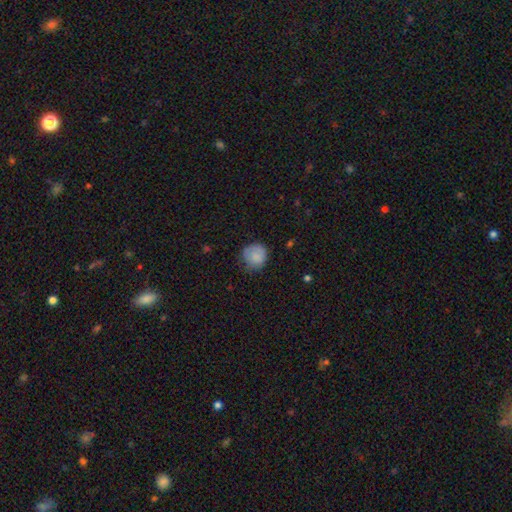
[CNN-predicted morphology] This is clearly a smooth galaxy (83%). How rounded: clearly round (88%). Merging: likely none (65%).